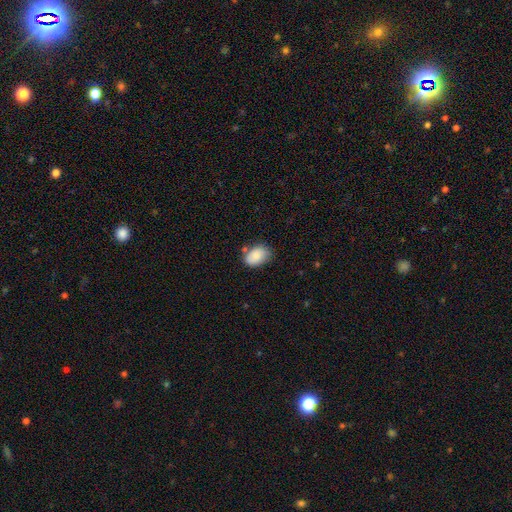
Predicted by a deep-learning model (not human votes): Morphology: type=smooth (83%); roundness=in between (82%); merging=none (61%).